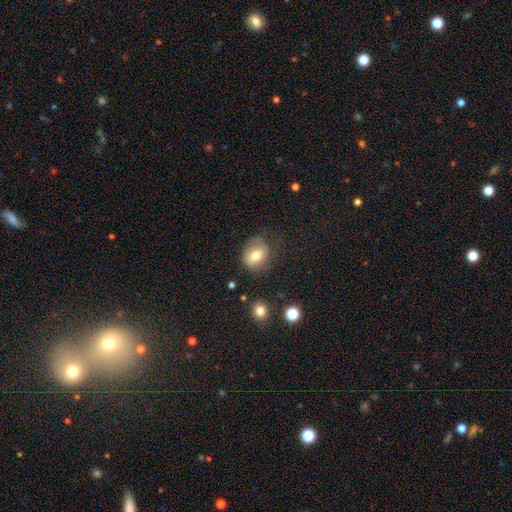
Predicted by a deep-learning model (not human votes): smooth 72%, featured or disk 19%, star or artifact 9%. Down the decision tree: how rounded — in between (53%); merging — none (64%).